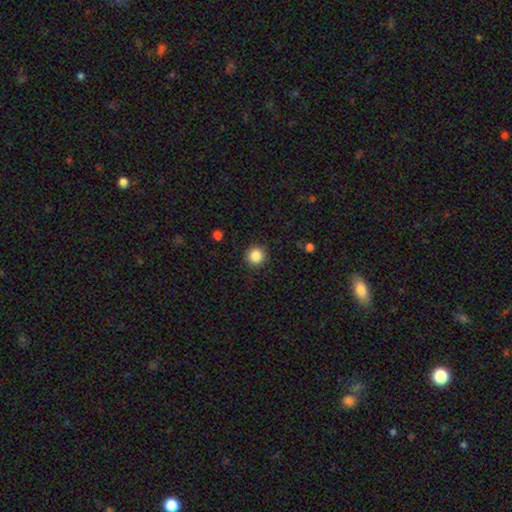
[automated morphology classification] Overall: smooth (86%). How rounded: round (94%). Merging: none (91%).